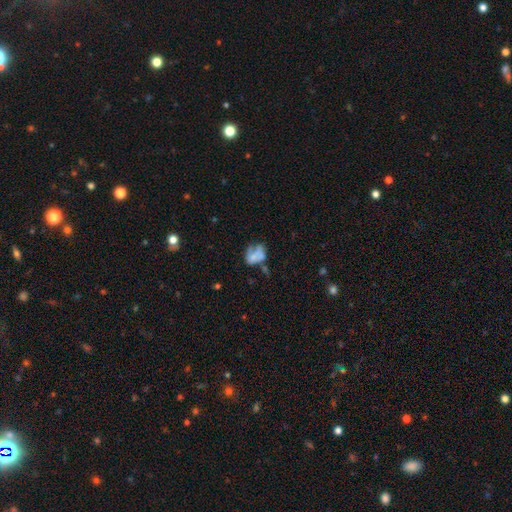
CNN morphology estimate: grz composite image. It shows a smooth galaxy with no disk features (51%) that is in between round and cigar-shaped (68%). Merging: major disturbance (27%).